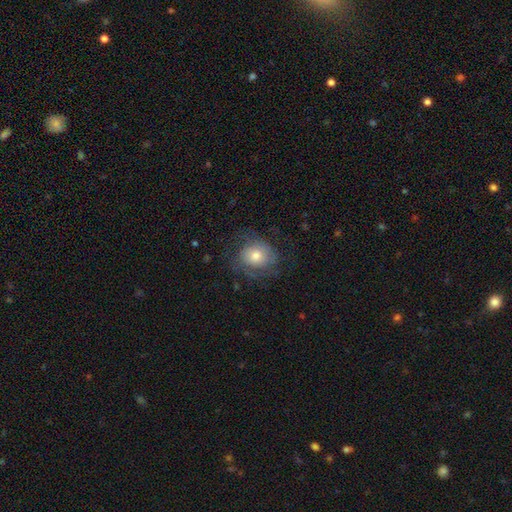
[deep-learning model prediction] A smooth galaxy with no disk features (49%).

Vote fractions:
- Smooth or featured? smooth: 49% / featured or disk: 43% / star or artifact: 9%
- Merging? none: 62% / minor disturbance: 21% / major disturbance: 16% / merger: 1%